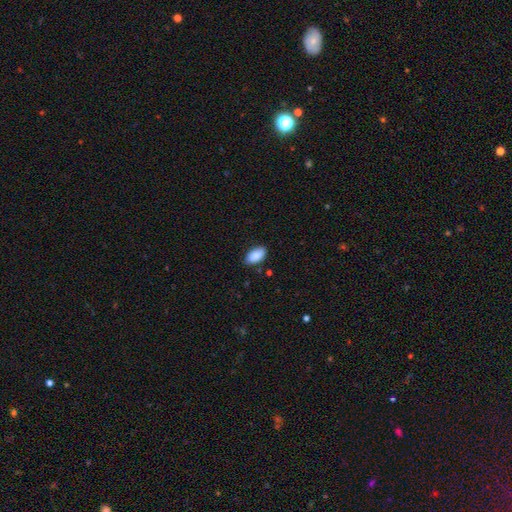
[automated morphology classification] Overall: smooth (89%). How rounded: in between (94%). Merging: none (79%).